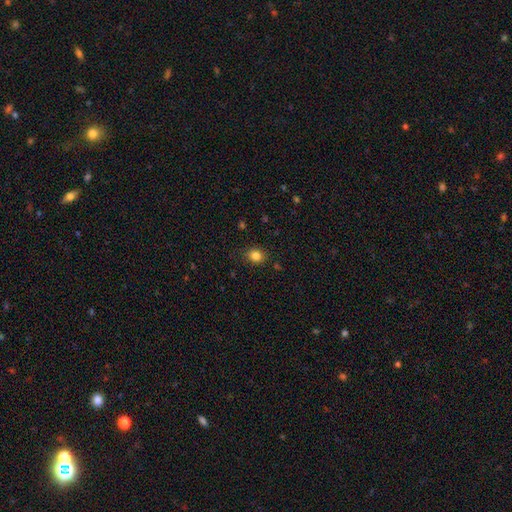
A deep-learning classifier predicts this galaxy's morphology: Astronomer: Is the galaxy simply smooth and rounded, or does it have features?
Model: smooth — 83%.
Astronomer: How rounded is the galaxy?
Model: round — 63%.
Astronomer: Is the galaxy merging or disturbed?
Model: none — 86%.